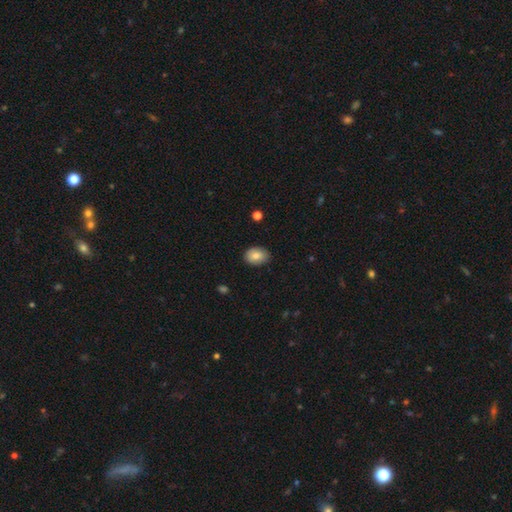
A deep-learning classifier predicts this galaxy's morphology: This appears to be a smooth galaxy with no disk features (82%) that is in between round and cigar-shaped (74%). Merging: none (84%).